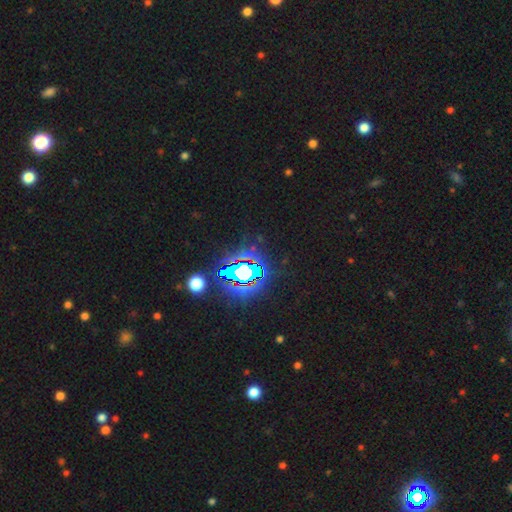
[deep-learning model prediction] A star or artifact, not a galaxy (83%).

Vote fractions:
- Smooth or featured? star or artifact: 83% / smooth: 10% / featured or disk: 7%